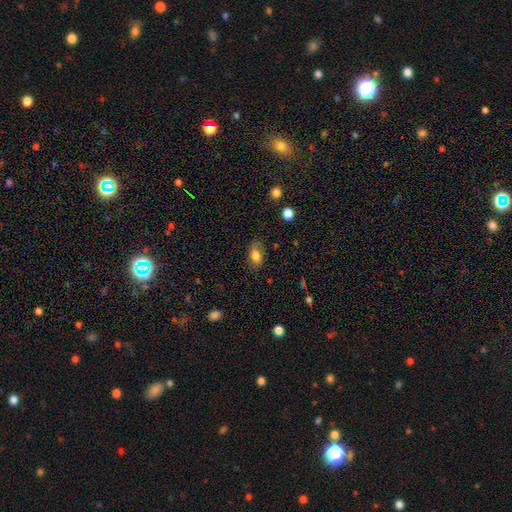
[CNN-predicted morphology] Overall: smooth (78%). How rounded: in between (87%). Merging: none (76%).